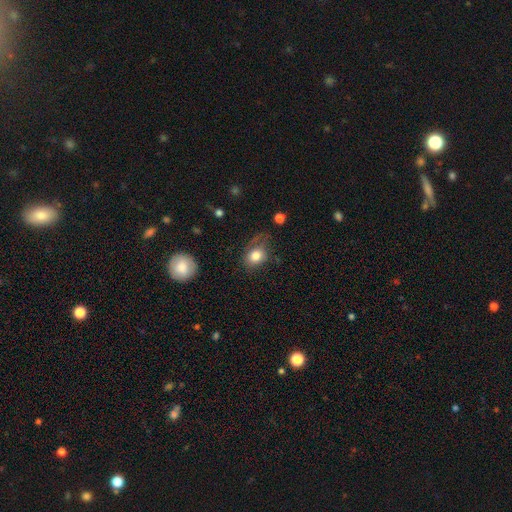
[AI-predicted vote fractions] smooth-or-featured: smooth: 79% | featured or disk: 12% | star or artifact: 9%
  how-rounded: in between: 56% | round: 42% | cigar-shaped: 1%
  merging: none: 49% | minor disturbance: 29% | major disturbance: 19% | merger: 3%